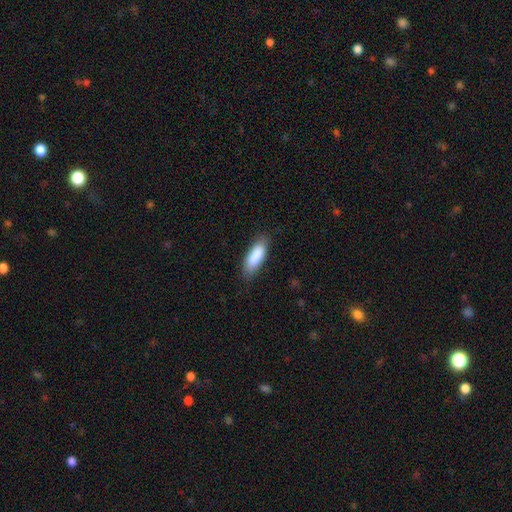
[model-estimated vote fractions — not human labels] A smooth galaxy with no disk features (88%) that is in between round and cigar-shaped (69%). Merging: none (82%).